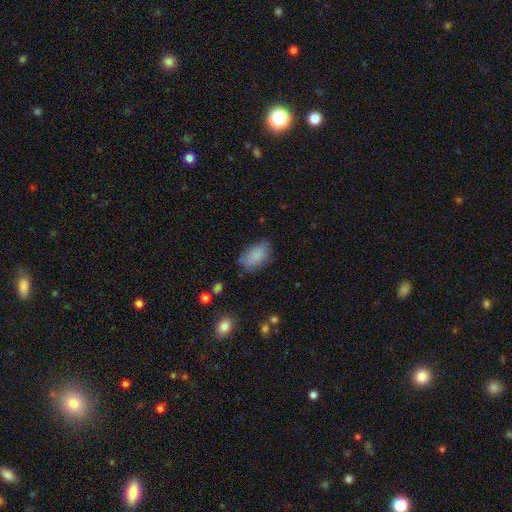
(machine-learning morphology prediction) Smooth or featured?
  - smooth: 84% *
  - featured or disk: 8%
  - star or artifact: 8%
How rounded?
  - in between: 90% *
  - round: 8%
  - cigar-shaped: 2%
Merging?
  - none: 68% *
  - minor disturbance: 23%
  - major disturbance: 7%
  - merger: 3%